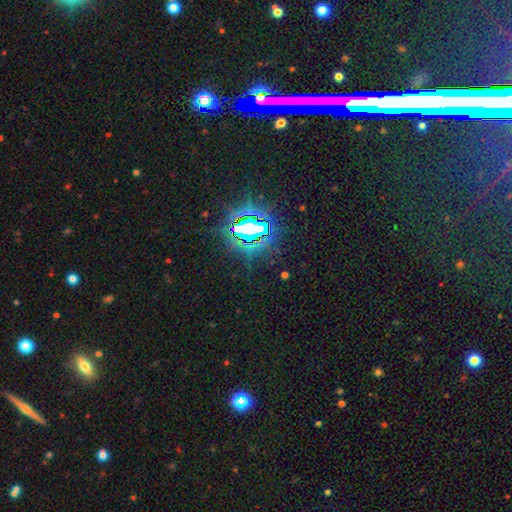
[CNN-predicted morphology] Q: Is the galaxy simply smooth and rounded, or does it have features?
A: star or artifact — 81%.